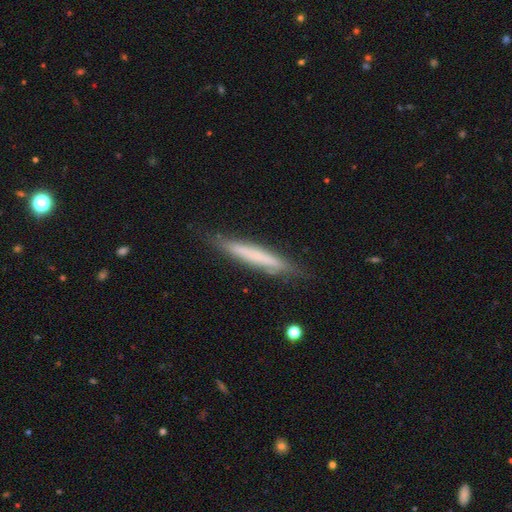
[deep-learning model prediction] Smooth or featured? smooth (58%)
How rounded? cigar-shaped (95%)
Merging? none (83%)